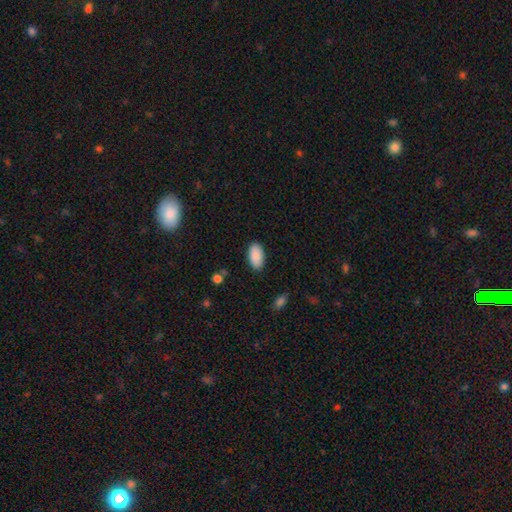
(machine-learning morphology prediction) type=smooth (89%); roundness=in between (95%); merging=none (87%).